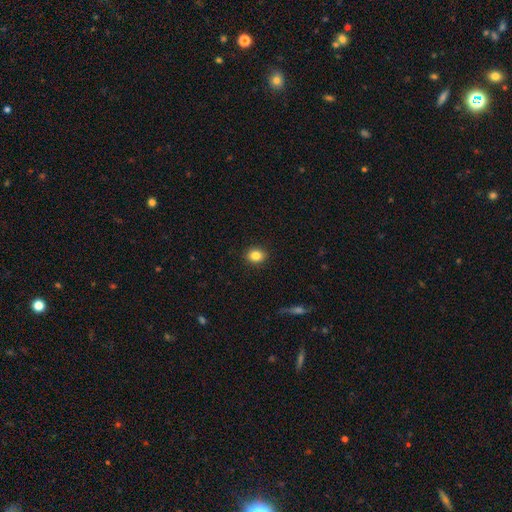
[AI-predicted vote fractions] smooth_or_featured: smooth (p=0.84) [alt: star or artifact p=0.10]
how_rounded: round (p=0.62) [alt: in between p=0.37]
merging: none (p=0.91) [alt: minor disturbance p=0.06]